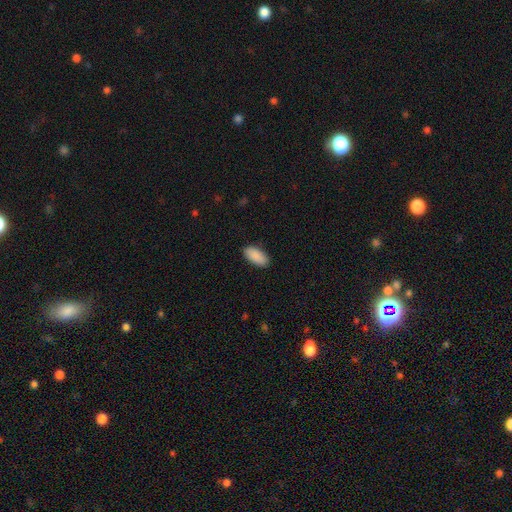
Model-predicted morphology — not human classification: This is clearly a smooth galaxy (91%). How rounded: clearly in between (92%). Merging: clearly none (88%).